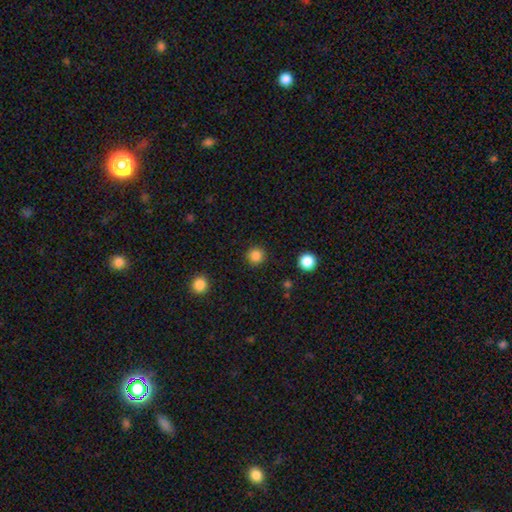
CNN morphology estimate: smooth-or-featured: smooth: 84% | star or artifact: 12% | featured or disk: 4%
  how-rounded: round: 95% | in between: 4% | cigar-shaped: 1%
  merging: none: 91% | minor disturbance: 5% | major disturbance: 2% | merger: 1%